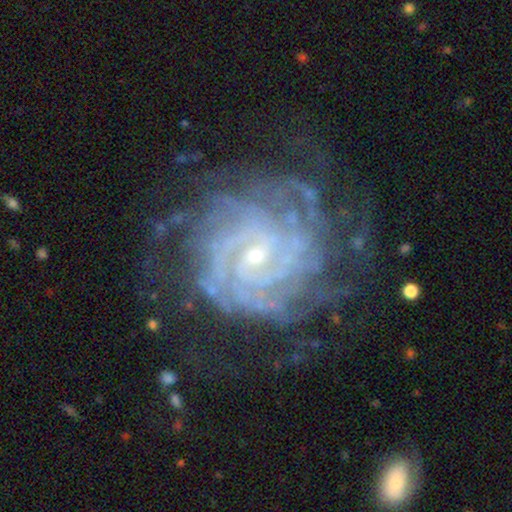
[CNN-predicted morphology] This appears to be a featured or disk galaxy (90%) with no bar (46%), tight (78%) spiral arms (97%) and a small central bulge (78%). Merging: none (69%).